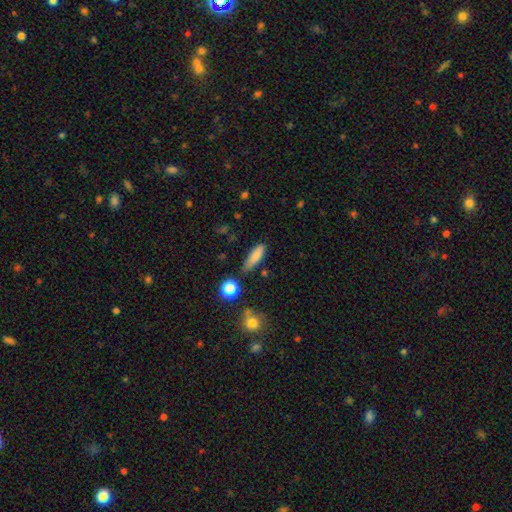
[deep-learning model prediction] Q: Smooth or featured?
A: smooth (83%); runner-up: star or artifact (9%)
Q: How rounded?
A: cigar-shaped (51%); runner-up: in between (45%)
Q: Merging?
A: none (69%); runner-up: minor disturbance (22%)